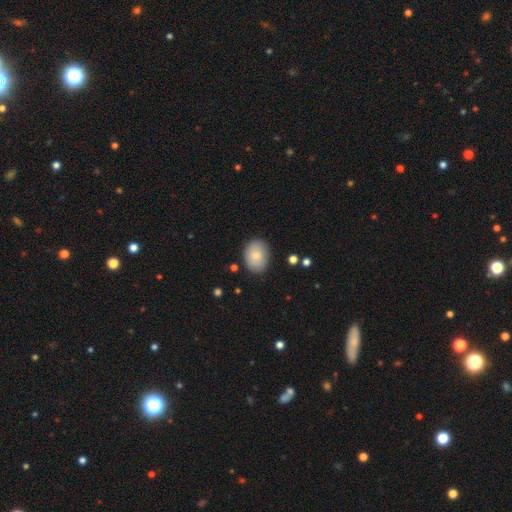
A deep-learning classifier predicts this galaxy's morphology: type=smooth (82%); roundness=in between (69%); merging=none (83%).